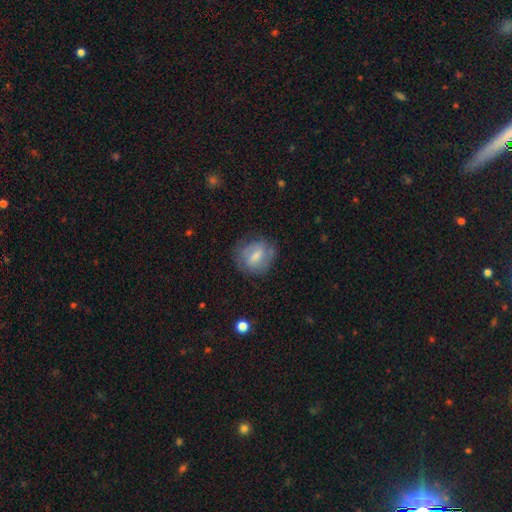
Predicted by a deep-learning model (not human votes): smooth_or_featured: smooth (p=0.52) [alt: featured or disk p=0.40]
how_rounded: round (p=0.54) [alt: in between p=0.43]
merging: none (p=0.68) [alt: minor disturbance p=0.21]